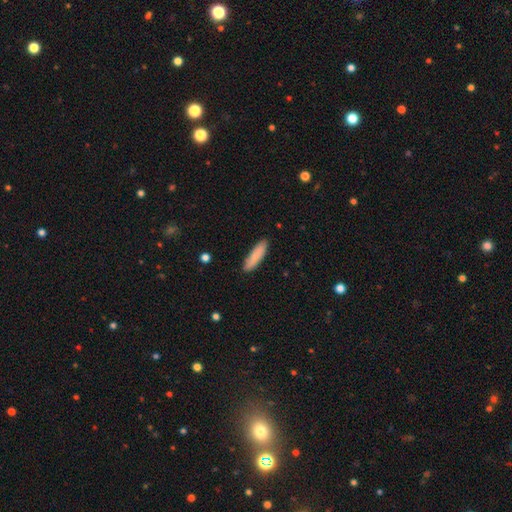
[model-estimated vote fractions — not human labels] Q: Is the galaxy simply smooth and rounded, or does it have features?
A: smooth — 83%.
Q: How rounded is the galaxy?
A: cigar-shaped — 67%.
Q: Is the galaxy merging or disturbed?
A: none — 88%.